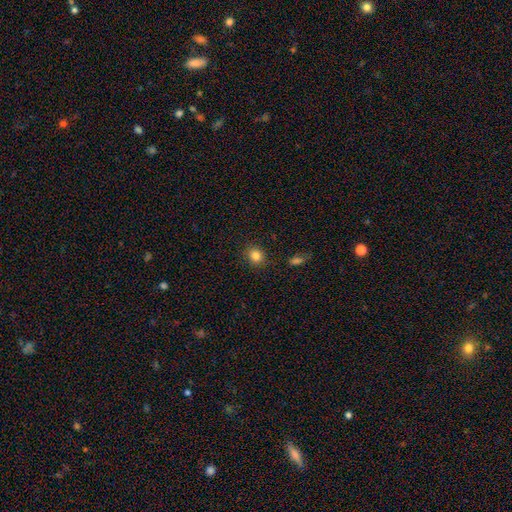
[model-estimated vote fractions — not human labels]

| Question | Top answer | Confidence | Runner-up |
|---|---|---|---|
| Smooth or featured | smooth | 83% | star or artifact (11%) |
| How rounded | round | 77% | in between (22%) |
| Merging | none | 88% | minor disturbance (8%) |